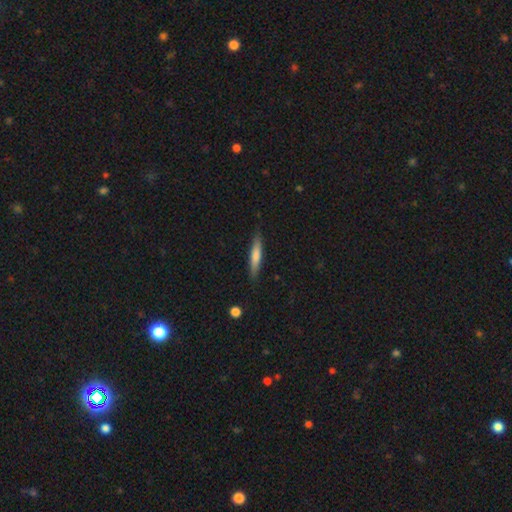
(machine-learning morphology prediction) Q: Smooth or featured?
A: smooth (69%); runner-up: featured or disk (25%)
Q: How rounded?
A: cigar-shaped (87%); runner-up: in between (11%)
Q: Merging?
A: none (86%); runner-up: minor disturbance (11%)